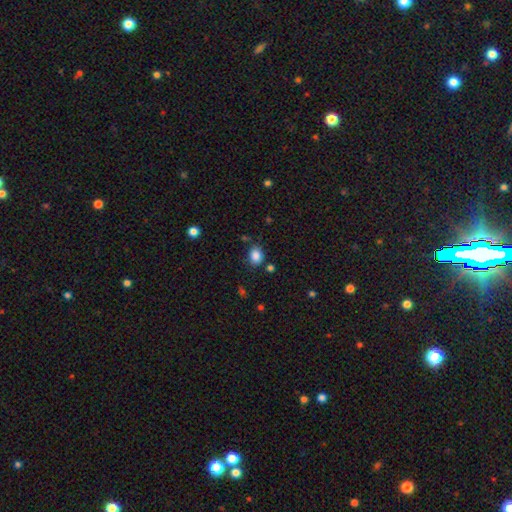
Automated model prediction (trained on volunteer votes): smooth 85%, star or artifact 10%, featured or disk 4%. Down the decision tree: how rounded — in between (54%); merging — none (76%).